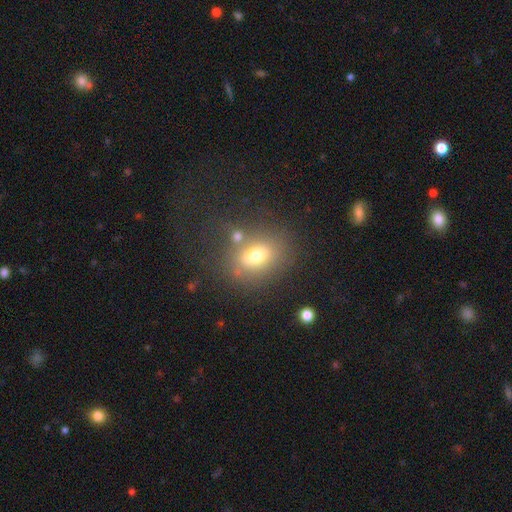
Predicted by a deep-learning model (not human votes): Morphology: type=smooth (67%); roundness=in between (62%); merging=none (64%).